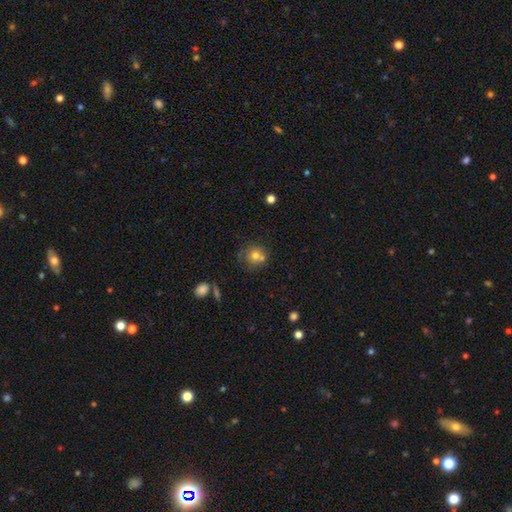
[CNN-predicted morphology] Smooth or featured?
  - smooth: 71% *
  - featured or disk: 18%
  - star or artifact: 12%
How rounded?
  - round: 85% *
  - in between: 14%
  - cigar-shaped: 1%
Merging?
  - none: 53% *
  - merger: 28%
  - minor disturbance: 14%
  - major disturbance: 6%